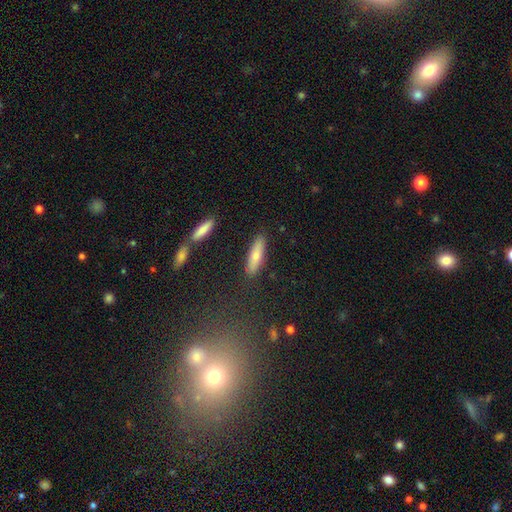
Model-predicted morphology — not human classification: Q: Smooth or featured?
A: smooth (73%); runner-up: featured or disk (20%)
Q: How rounded?
A: cigar-shaped (62%); runner-up: in between (36%)
Q: Merging?
A: none (85%); runner-up: minor disturbance (10%)